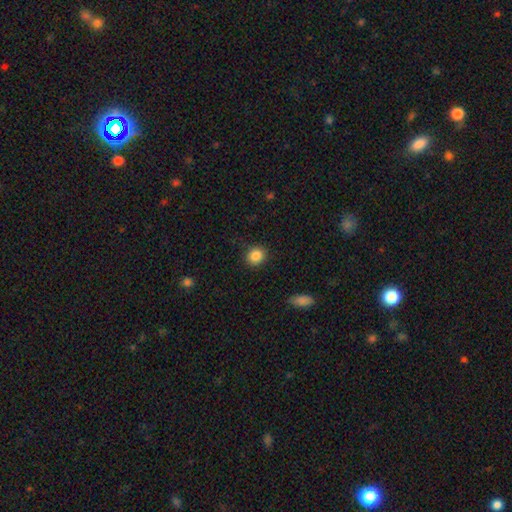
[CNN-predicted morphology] The model was most divided on "how rounded": round: 77%, in between: 22%, cigar-shaped: 1%. More confident: merging — none (87%); smooth or featured — smooth (86%).